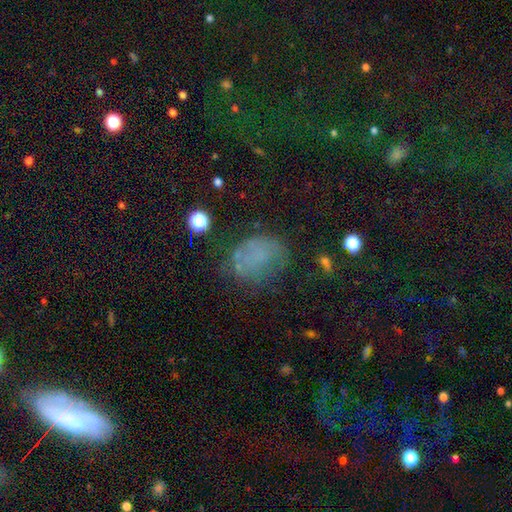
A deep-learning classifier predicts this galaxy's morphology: Q: Smooth or featured?
A: smooth (57%); runner-up: featured or disk (22%)
Q: How rounded?
A: in between (64%); runner-up: round (35%)
Q: Merging?
A: none (54%); runner-up: minor disturbance (25%)